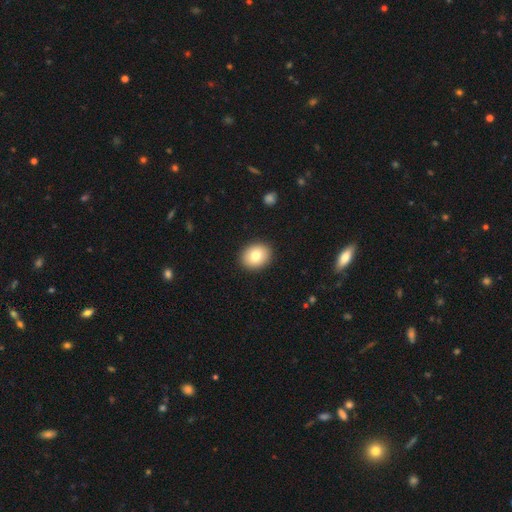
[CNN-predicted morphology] smooth-or-featured: smooth: 80% | featured or disk: 12% | star or artifact: 8%
  how-rounded: round: 59% | in between: 41% | cigar-shaped: 1%
  merging: none: 91% | minor disturbance: 6% | major disturbance: 2% | merger: 1%